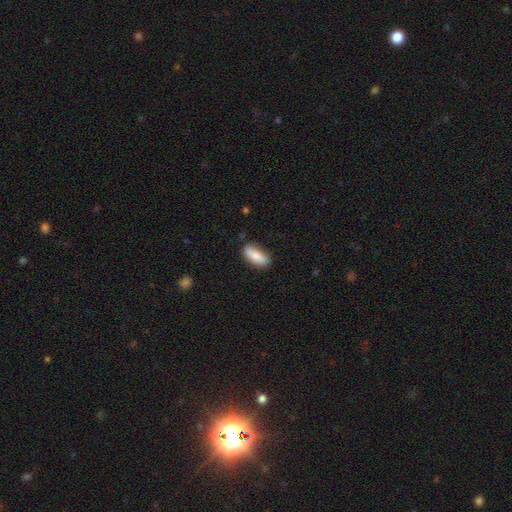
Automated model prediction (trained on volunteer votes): Smooth or featured?
  - smooth: 77% *
  - featured or disk: 17%
  - star or artifact: 6%
How rounded?
  - in between: 77% *
  - cigar-shaped: 20%
  - round: 3%
Merging?
  - none: 80% *
  - minor disturbance: 16%
  - major disturbance: 3%
  - merger: 2%